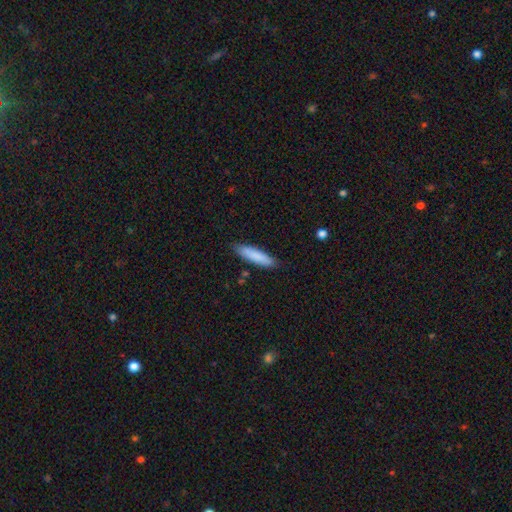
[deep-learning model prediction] Q: Smooth or featured?
A: smooth (84%); runner-up: featured or disk (10%)
Q: How rounded?
A: cigar-shaped (76%); runner-up: in between (23%)
Q: Merging?
A: none (85%); runner-up: minor disturbance (11%)